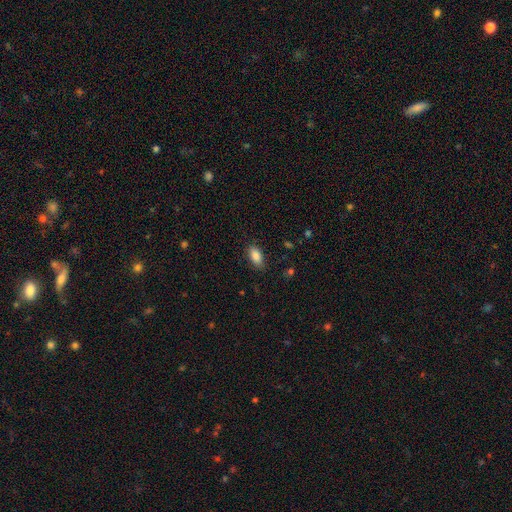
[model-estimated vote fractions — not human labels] Smooth or featured? smooth (87%)
How rounded? in between (91%)
Merging? none (81%)